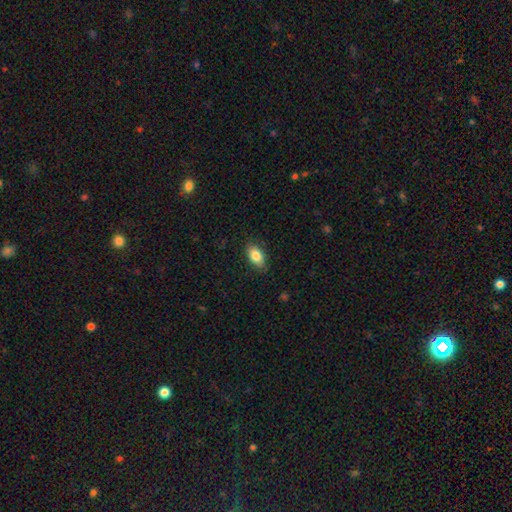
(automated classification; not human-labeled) A smooth galaxy with no disk features (84%) that is in between round and cigar-shaped (91%). Merging: none (85%).